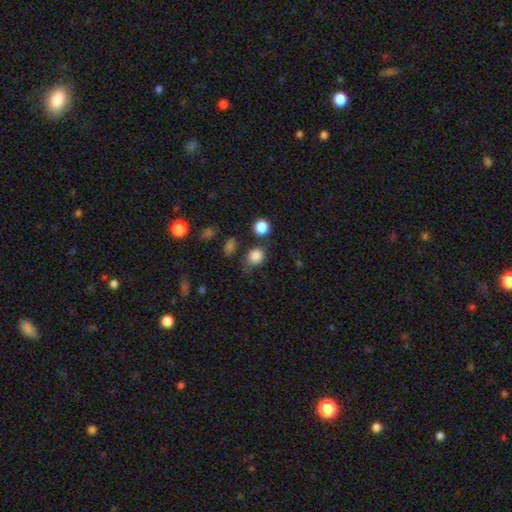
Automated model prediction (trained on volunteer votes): Smooth or featured? smooth (83%)
How rounded? round (71%)
Merging? none (63%)